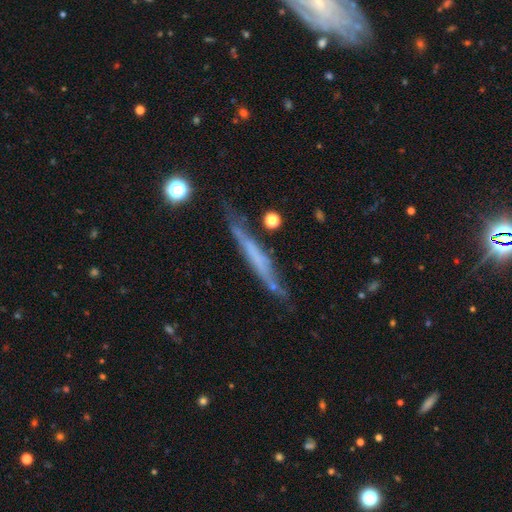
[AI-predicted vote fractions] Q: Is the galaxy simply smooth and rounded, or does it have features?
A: featured or disk — 55%.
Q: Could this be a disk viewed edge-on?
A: yes — 88%.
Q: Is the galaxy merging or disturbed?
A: none — 67%.